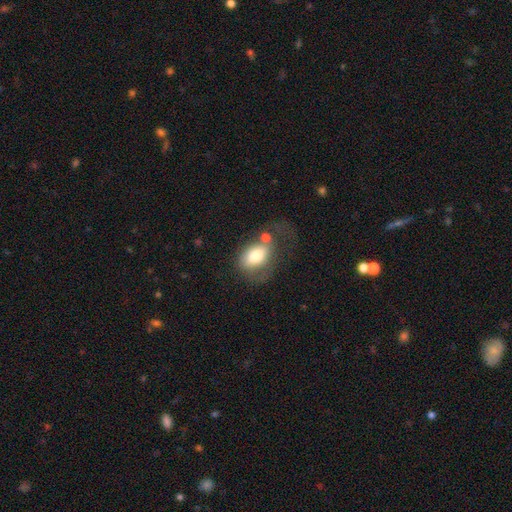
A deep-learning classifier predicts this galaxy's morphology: Smooth or featured?
  - smooth: 71% *
  - featured or disk: 21%
  - star or artifact: 7%
How rounded?
  - in between: 80% *
  - round: 18%
  - cigar-shaped: 2%
Merging?
  - major disturbance: 32% *
  - none: 27%
  - minor disturbance: 21%
  - merger: 20%